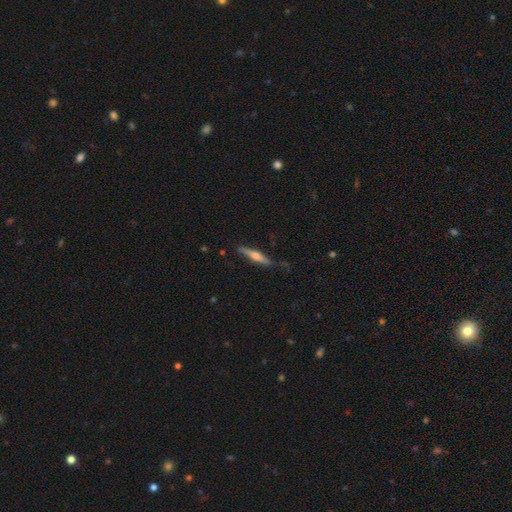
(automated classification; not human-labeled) Smooth or featured: featured or disk — 67% (smooth — 27%)
Edge-on disk: yes — 97% (no — 3%)
Edge-on bulge: rounded — 84% (boxy — 10%)
Merging: none — 83% (minor disturbance — 13%)